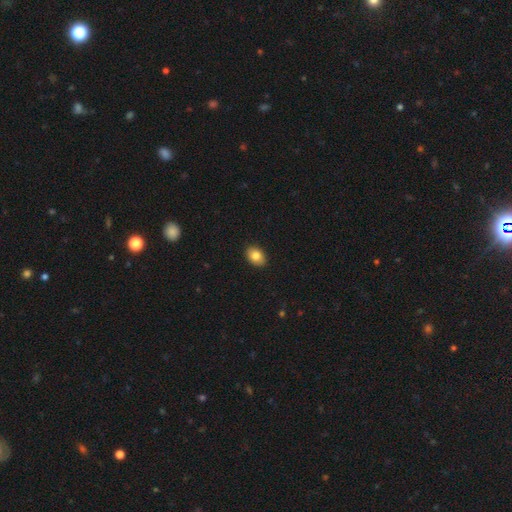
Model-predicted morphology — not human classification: Smooth or featured?
  - smooth: 84% *
  - featured or disk: 8%
  - star or artifact: 8%
How rounded?
  - in between: 77% *
  - round: 22%
  - cigar-shaped: 1%
Merging?
  - none: 90% *
  - minor disturbance: 7%
  - major disturbance: 2%
  - merger: 1%